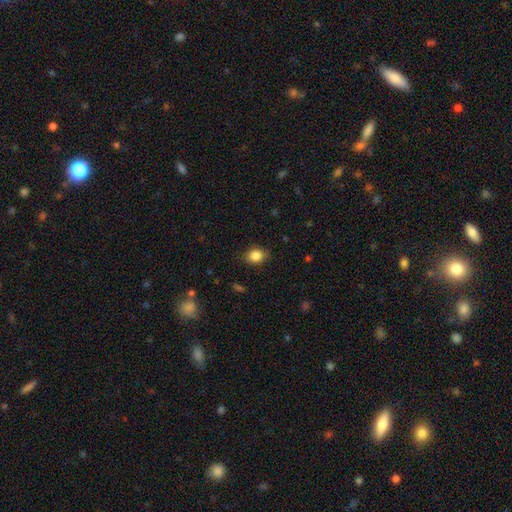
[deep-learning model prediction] Smooth or featured?
  - smooth: 86% *
  - star or artifact: 9%
  - featured or disk: 5%
How rounded?
  - in between: 58% *
  - round: 41%
  - cigar-shaped: 1%
Merging?
  - none: 84% *
  - minor disturbance: 12%
  - major disturbance: 3%
  - merger: 1%